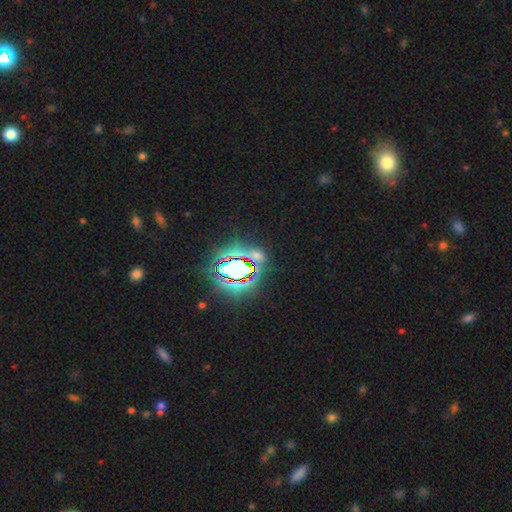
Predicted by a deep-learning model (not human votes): Smooth or featured?
  - star or artifact: 67% *
  - smooth: 24%
  - featured or disk: 10%